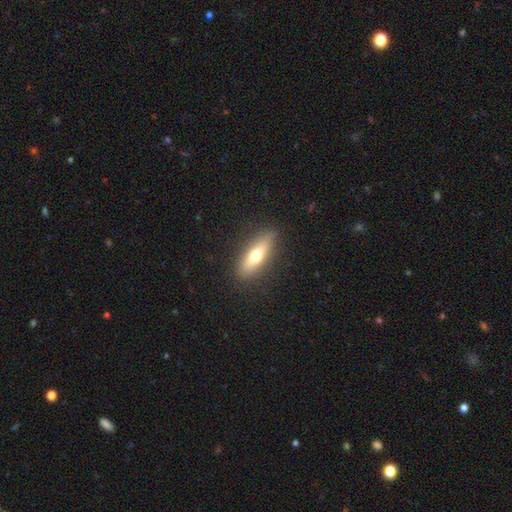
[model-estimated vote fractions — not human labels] smooth 57%, featured or disk 36%, star or artifact 7%. Down the decision tree: how rounded — cigar-shaped (52%); merging — none (86%).